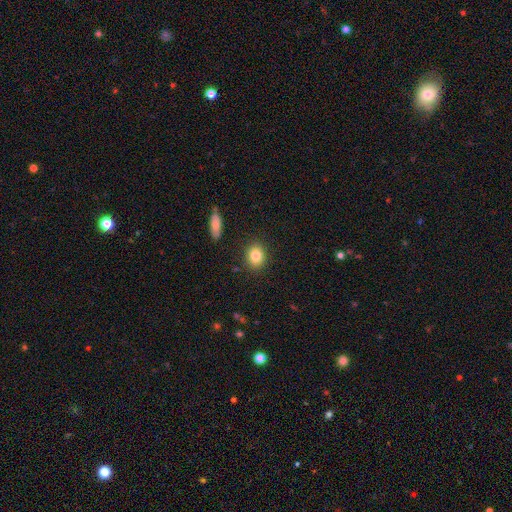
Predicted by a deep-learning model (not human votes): Smooth or featured?
  - smooth: 84% *
  - star or artifact: 9%
  - featured or disk: 7%
How rounded?
  - in between: 51% *
  - round: 48%
  - cigar-shaped: 1%
Merging?
  - none: 88% *
  - minor disturbance: 8%
  - major disturbance: 2%
  - merger: 2%